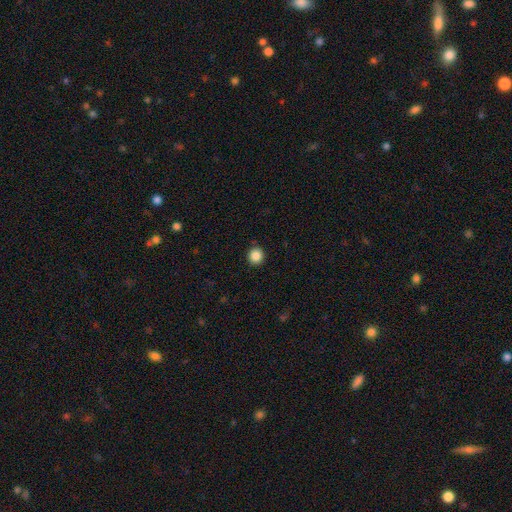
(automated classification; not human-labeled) This is clearly a smooth galaxy (87%). How rounded: clearly round (93%). Merging: clearly none (91%).